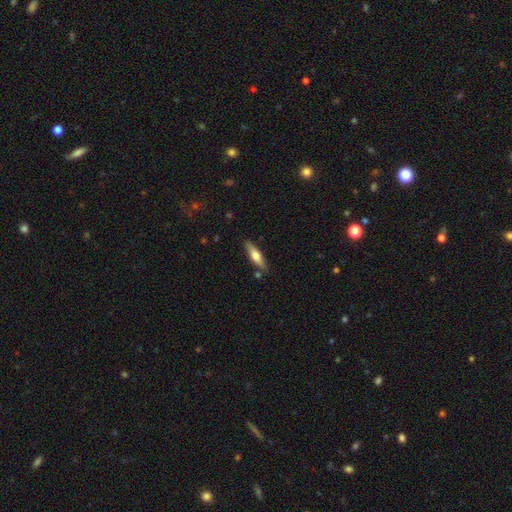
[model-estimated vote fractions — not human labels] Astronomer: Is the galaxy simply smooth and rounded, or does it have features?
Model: smooth — 51% (runner-up: featured or disk, 43%).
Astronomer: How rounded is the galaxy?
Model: cigar-shaped — 68%.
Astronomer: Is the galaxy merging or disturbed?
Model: none — 83%.